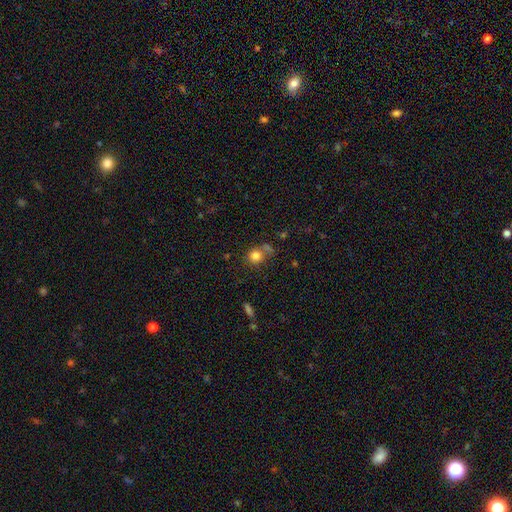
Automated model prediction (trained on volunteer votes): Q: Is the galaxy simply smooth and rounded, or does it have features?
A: smooth — 81%.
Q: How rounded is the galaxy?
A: round — 83%.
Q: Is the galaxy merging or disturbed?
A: none — 61%.